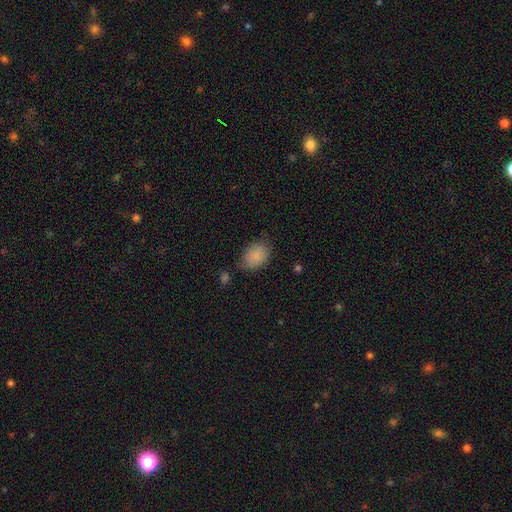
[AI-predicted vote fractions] A smooth galaxy with no disk features (87%) that is in between round and cigar-shaped (81%).

Vote fractions:
- Smooth or featured? smooth: 87% / star or artifact: 8% / featured or disk: 6%
- How rounded? in between: 81% / round: 18% / cigar-shaped: 1%
- Merging? none: 73% / minor disturbance: 20% / major disturbance: 5% / merger: 3%